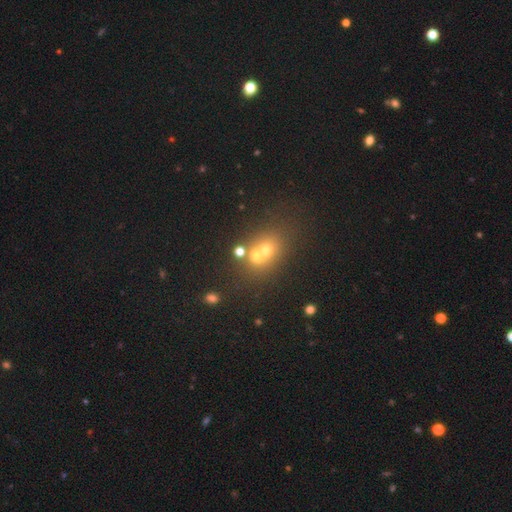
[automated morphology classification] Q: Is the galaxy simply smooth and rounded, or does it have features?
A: smooth — 59%.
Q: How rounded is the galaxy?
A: round — 65%.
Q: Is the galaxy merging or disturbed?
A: merger — 51%.